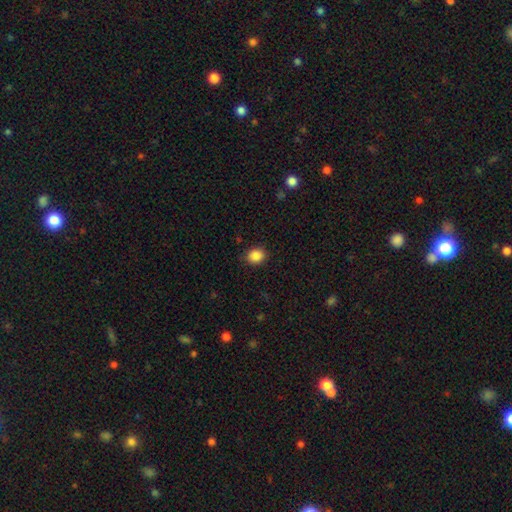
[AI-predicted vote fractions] This is clearly a smooth galaxy (87%). How rounded: likely round (67%). Merging: clearly none (88%).